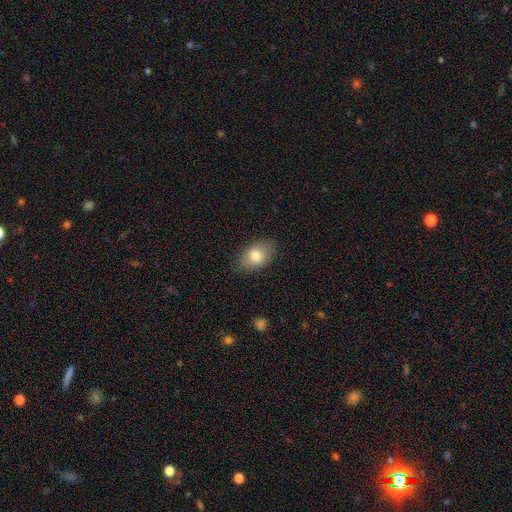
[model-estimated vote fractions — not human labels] The model was most divided on "smooth or featured": smooth: 80%, featured or disk: 12%, star or artifact: 7%. More confident: how rounded — in between (87%); merging — none (82%).